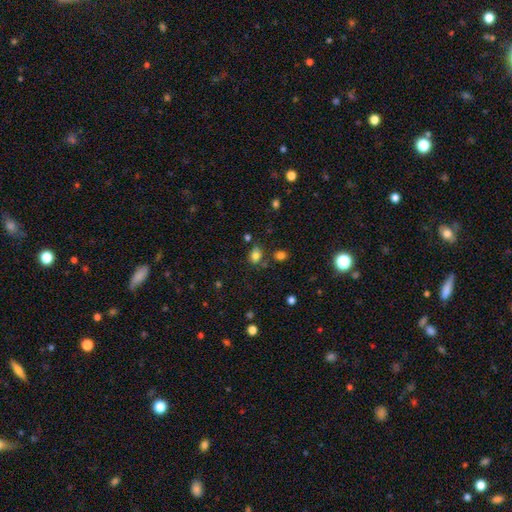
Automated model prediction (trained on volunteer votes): smooth-or-featured: smooth: 79% | star or artifact: 14% | featured or disk: 7%
  how-rounded: in between: 60% | round: 39% | cigar-shaped: 1%
  merging: none: 70% | minor disturbance: 15% | merger: 10% | major disturbance: 5%